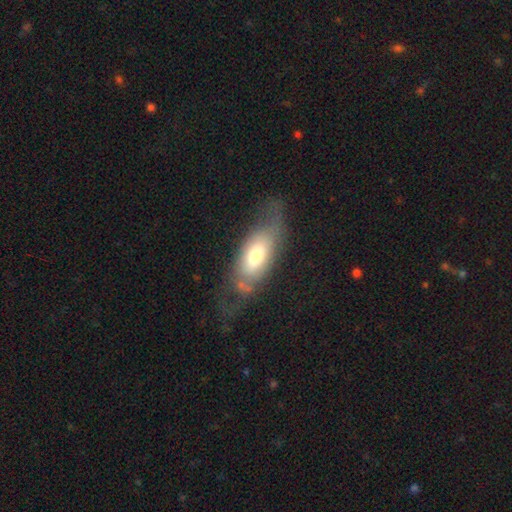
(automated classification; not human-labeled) A smooth galaxy with no disk features (54%) that is in between round and cigar-shaped (82%). Merging: none (42%).